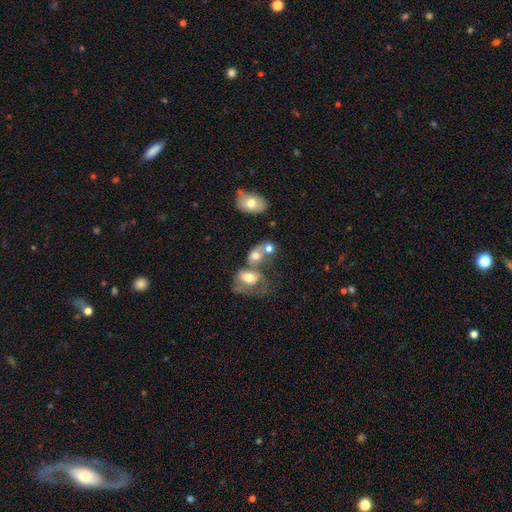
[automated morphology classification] smooth_or_featured: smooth (p=0.65) [alt: featured or disk p=0.23]
how_rounded: in between (p=0.58) [alt: round p=0.40]
merging: merger (p=0.56) [alt: none p=0.22]